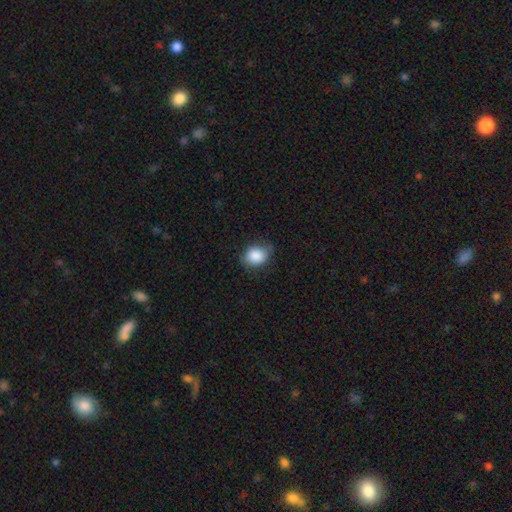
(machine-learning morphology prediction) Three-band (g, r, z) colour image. It shows a smooth galaxy with no disk features (87%) that is round (50%). Merging: none (69%).